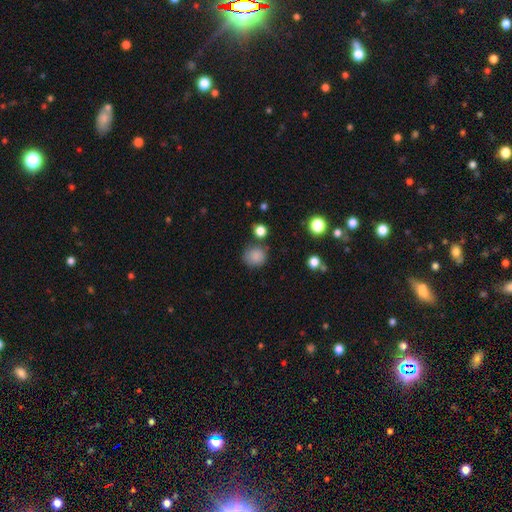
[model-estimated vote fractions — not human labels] Smooth or featured?
  - smooth: 85% *
  - star or artifact: 11%
  - featured or disk: 4%
How rounded?
  - round: 85% *
  - in between: 14%
  - cigar-shaped: 1%
Merging?
  - none: 76% *
  - minor disturbance: 14%
  - merger: 5%
  - major disturbance: 4%